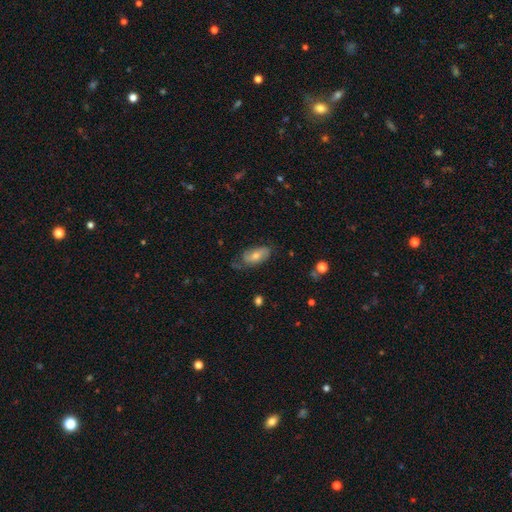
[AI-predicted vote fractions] Morphology: type=featured or disk (48%); merging=none (63%).